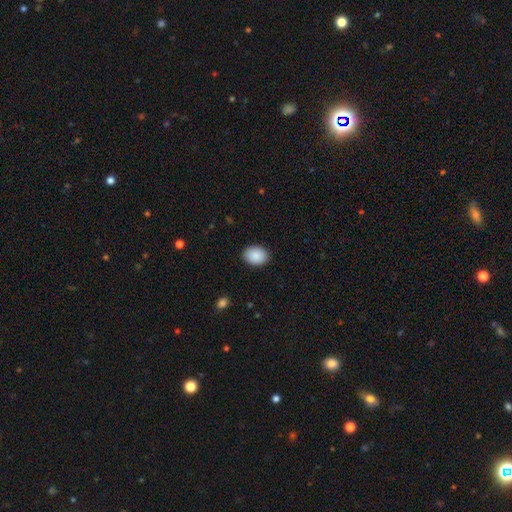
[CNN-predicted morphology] A smooth galaxy with no disk features (89%) that is in between round and cigar-shaped (70%). Merging: none (89%).